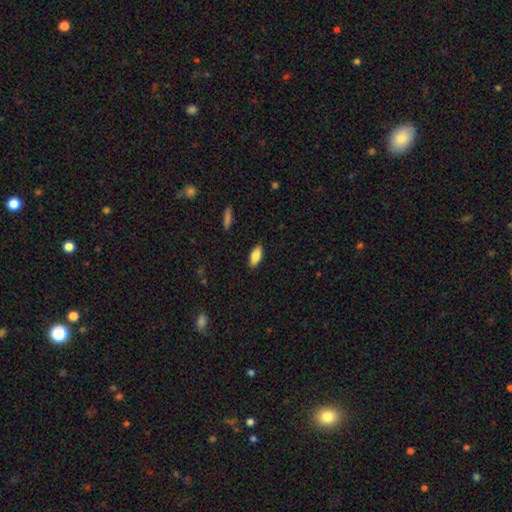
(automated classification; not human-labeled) This is clearly a smooth galaxy (85%). How rounded: clearly in between (84%). Merging: clearly none (88%).